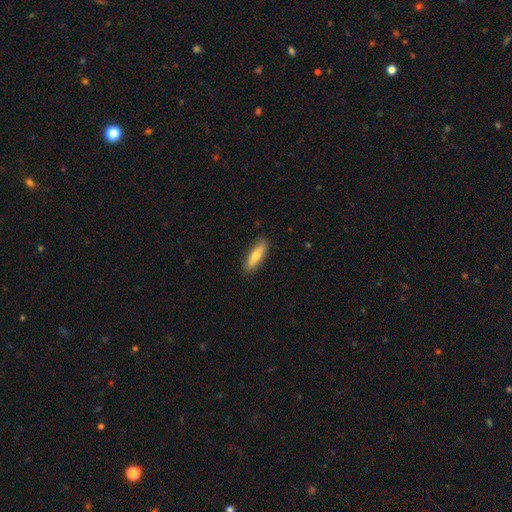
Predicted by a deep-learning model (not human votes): A smooth galaxy with no disk features (71%) that is cigar-shaped (58%).

Vote fractions:
- Smooth or featured? smooth: 71% / featured or disk: 23% / star or artifact: 6%
- How rounded? cigar-shaped: 58% / in between: 40% / round: 2%
- Merging? none: 88% / minor disturbance: 10% / major disturbance: 2% / merger: 1%